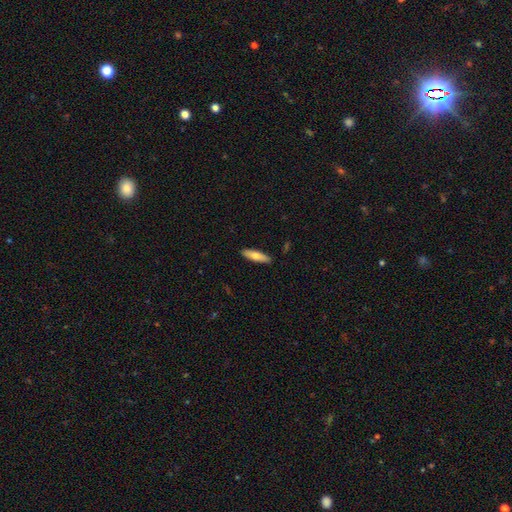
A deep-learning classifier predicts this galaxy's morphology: Smooth or featured: smooth — 72% (featured or disk — 23%)
How rounded: cigar-shaped — 64% (in between — 35%)
Merging: none — 89% (minor disturbance — 8%)